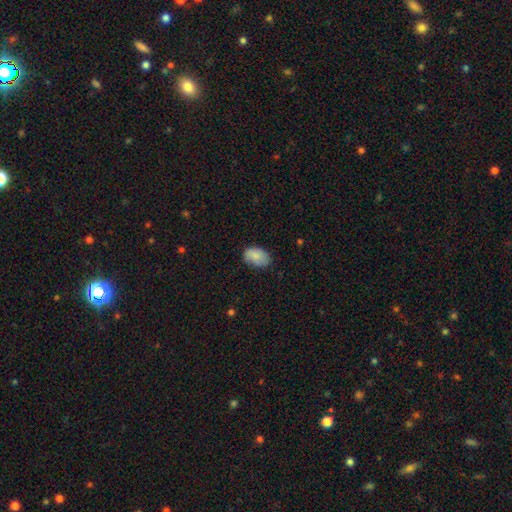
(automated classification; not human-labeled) Smooth or featured? smooth (85%)
How rounded? in between (88%)
Merging? none (73%)